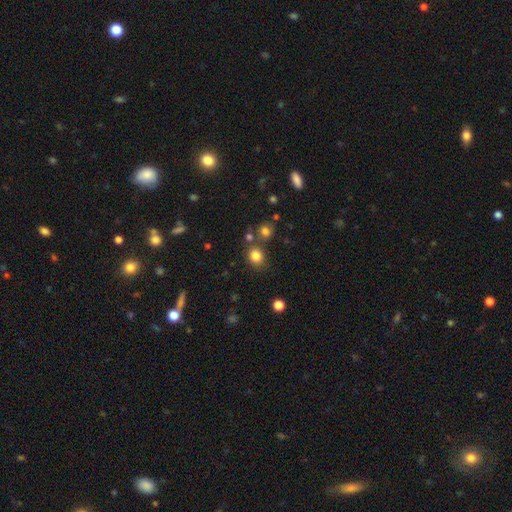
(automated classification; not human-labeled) smooth_or_featured: smooth (p=0.81) [alt: star or artifact p=0.13]
how_rounded: round (p=0.73) [alt: in between p=0.26]
merging: none (p=0.73) [alt: merger p=0.12]